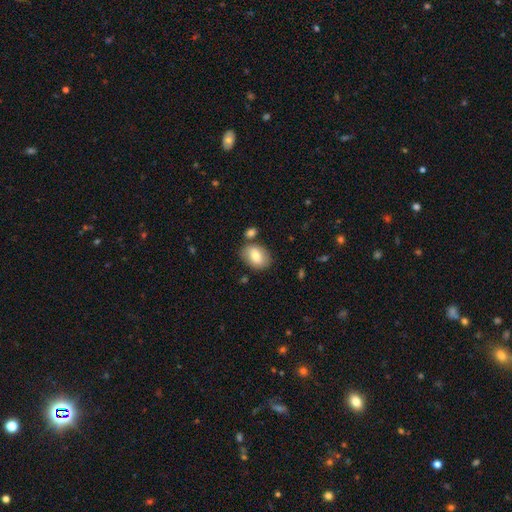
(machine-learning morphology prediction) Smooth or featured? Predicted: smooth (p=0.76). How rounded? Predicted: in between (p=0.77). Merging? Predicted: none (p=0.73).